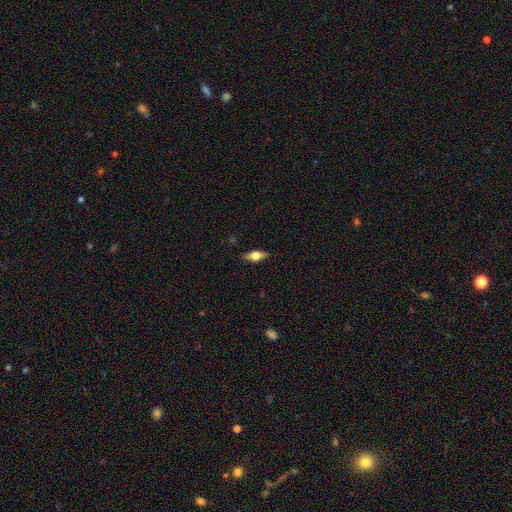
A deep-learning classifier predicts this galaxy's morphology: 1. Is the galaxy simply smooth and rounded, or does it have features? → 50% smooth, 42% featured or disk, 8% star or artifact.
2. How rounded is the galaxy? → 69% in between, 26% cigar-shaped, 5% round.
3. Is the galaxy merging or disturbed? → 86% none, 10% minor disturbance, 2% major disturbance, 1% merger.